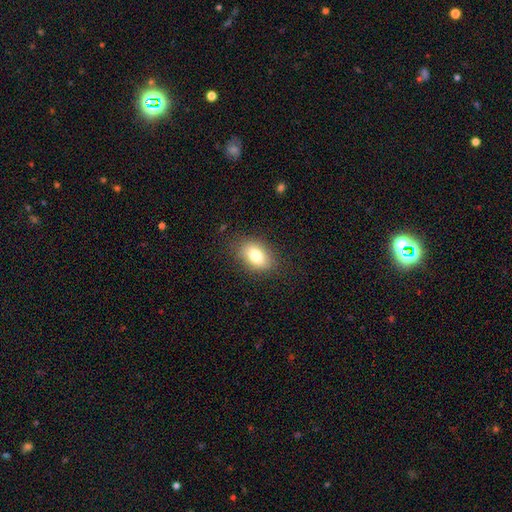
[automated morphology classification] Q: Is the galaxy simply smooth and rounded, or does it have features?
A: smooth — 80%.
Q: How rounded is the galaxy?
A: in between — 83%.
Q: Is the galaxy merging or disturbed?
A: none — 83%.